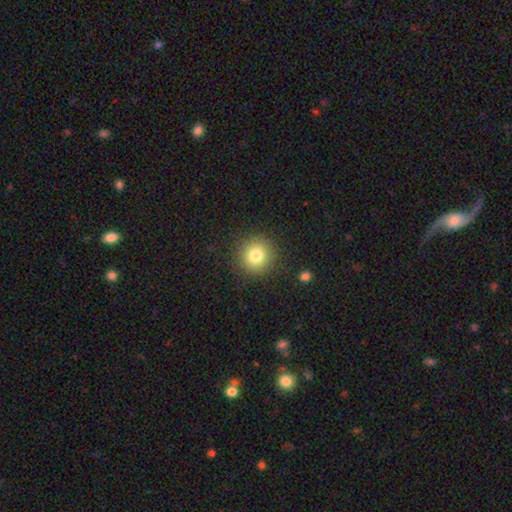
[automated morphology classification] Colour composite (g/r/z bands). It shows a smooth galaxy with no disk features (79%) that is round (93%). Merging: none (89%).